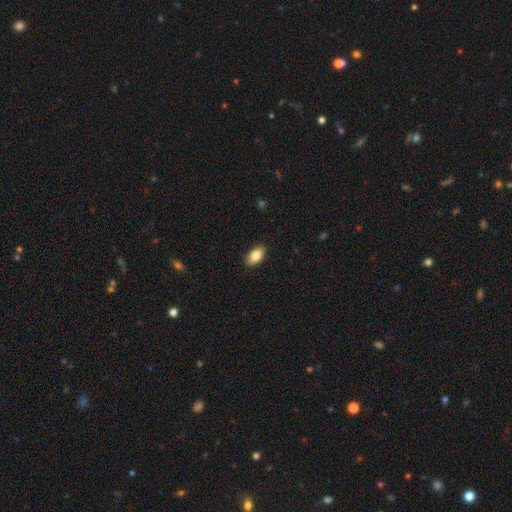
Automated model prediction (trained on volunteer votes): The model was most divided on "smooth or featured": smooth: 84%, featured or disk: 9%, star or artifact: 7%. More confident: how rounded — in between (92%); merging — none (89%).